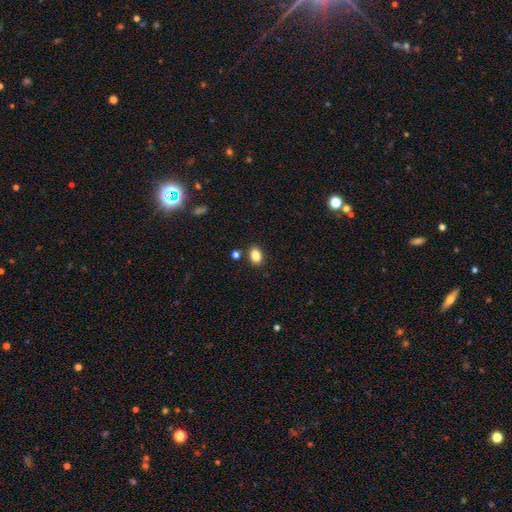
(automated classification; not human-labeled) This appears to be a smooth galaxy with no disk features (84%) that is in between round and cigar-shaped (79%). Merging: none (86%).